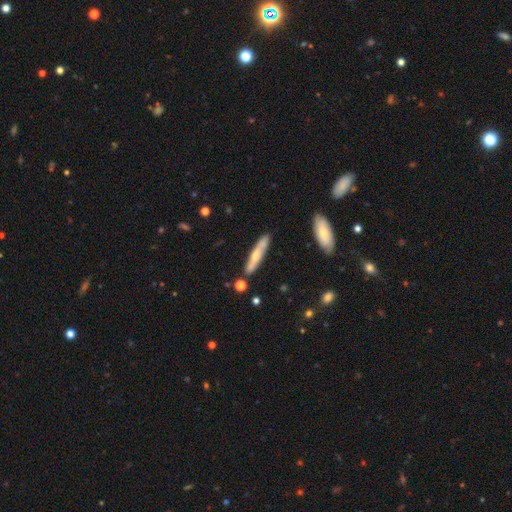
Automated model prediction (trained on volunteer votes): This appears to be a featured or disk galaxy (50%) viewed edge-on (75%). Merging: none (80%).